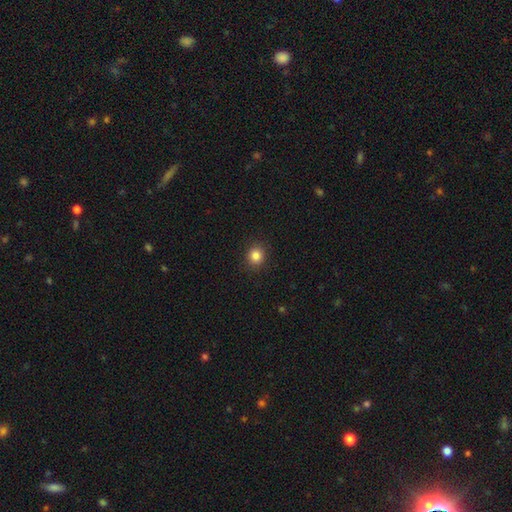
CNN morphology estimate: A smooth galaxy with no disk features (85%) that is round (82%). Merging: none (91%).